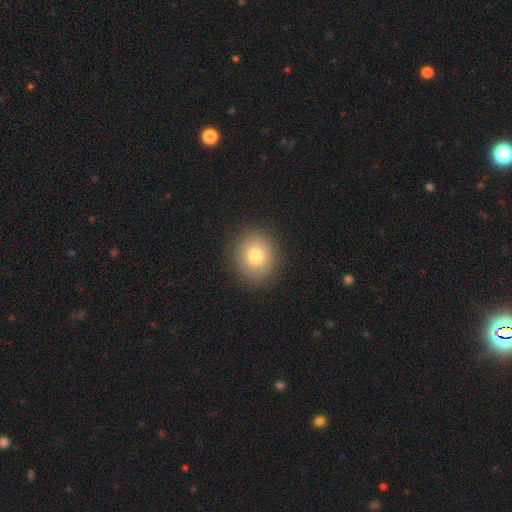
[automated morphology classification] Q: Smooth or featured?
A: smooth (73%); runner-up: featured or disk (17%)
Q: How rounded?
A: round (78%); runner-up: in between (21%)
Q: Merging?
A: none (87%); runner-up: minor disturbance (9%)